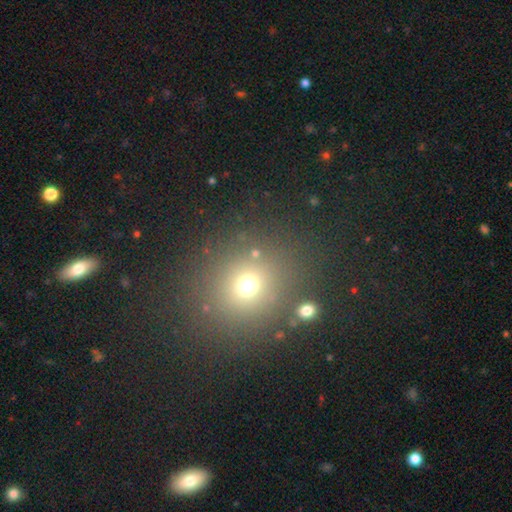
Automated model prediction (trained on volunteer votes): The model was most divided on "smooth or featured": smooth: 63%, star or artifact: 28%, featured or disk: 9%. More confident: merging — none (84%); how rounded — round (83%).